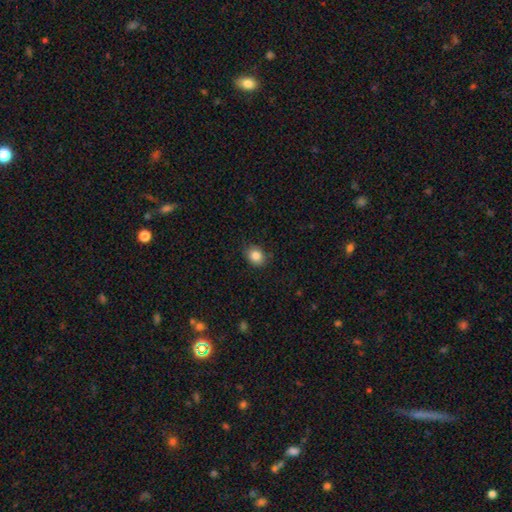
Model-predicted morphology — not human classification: Q: Smooth or featured?
A: smooth (85%); runner-up: star or artifact (9%)
Q: How rounded?
A: round (56%); runner-up: in between (43%)
Q: Merging?
A: none (81%); runner-up: minor disturbance (15%)